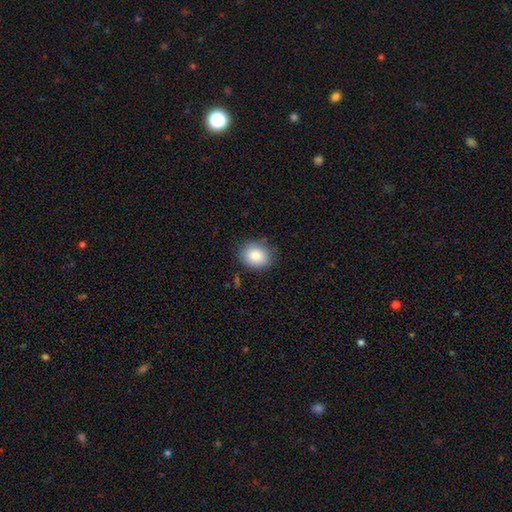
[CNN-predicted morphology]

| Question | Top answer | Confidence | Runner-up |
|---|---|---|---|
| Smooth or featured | smooth | 86% | star or artifact (8%) |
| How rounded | round | 56% | in between (43%) |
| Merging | none | 82% | minor disturbance (14%) |